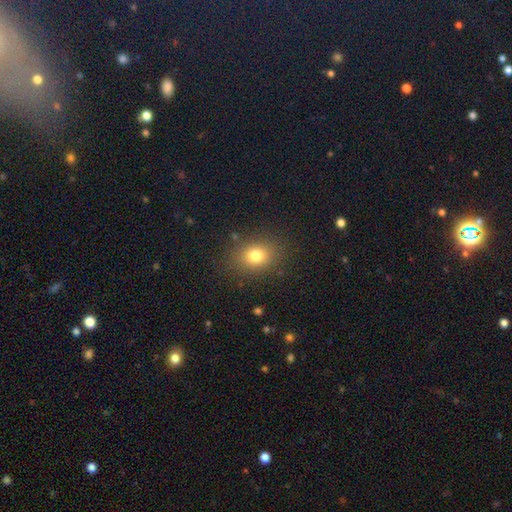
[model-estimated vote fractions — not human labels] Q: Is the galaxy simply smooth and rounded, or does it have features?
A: smooth — 77%.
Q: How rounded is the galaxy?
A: in between — 51%.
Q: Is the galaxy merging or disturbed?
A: none — 86%.